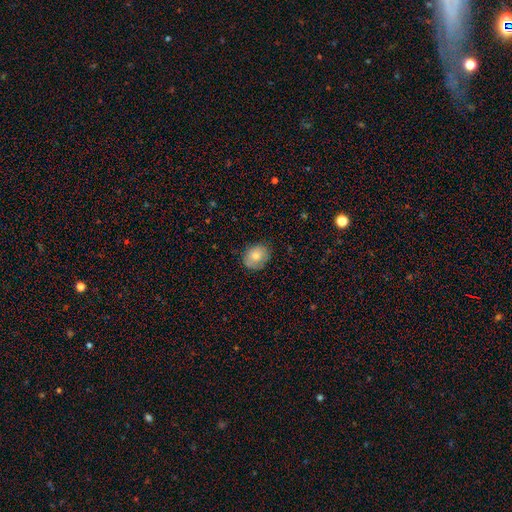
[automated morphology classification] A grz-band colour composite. It shows a smooth galaxy with no disk features (77%) that is round (53%). Merging: none (77%).